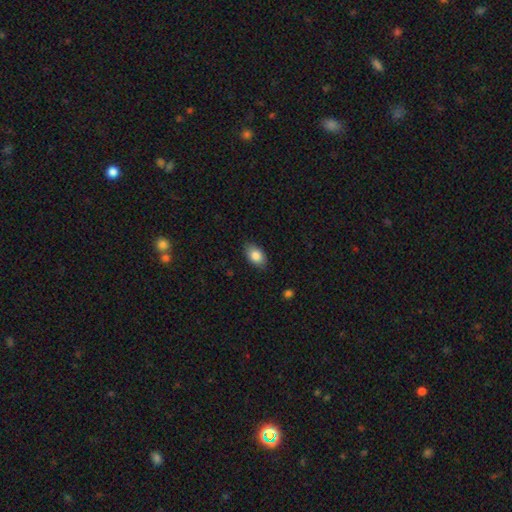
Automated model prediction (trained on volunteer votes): A smooth galaxy with no disk features (84%) that is in between round and cigar-shaped (90%). Merging: none (83%).